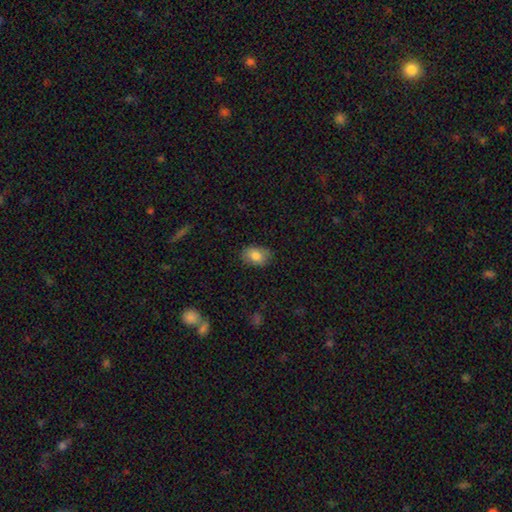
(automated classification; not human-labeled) Smooth or featured? Predicted: smooth (p=0.82). How rounded? Predicted: in between (p=0.81). Merging? Predicted: none (p=0.82).